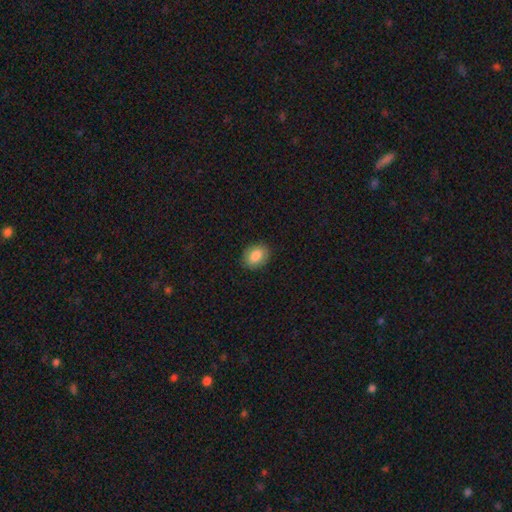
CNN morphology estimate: A smooth galaxy with no disk features (84%) that is in between round and cigar-shaped (70%).

Vote fractions:
- Smooth or featured? smooth: 84% / featured or disk: 9% / star or artifact: 7%
- How rounded? in between: 70% / round: 29% / cigar-shaped: 1%
- Merging? none: 88% / minor disturbance: 9% / major disturbance: 2% / merger: 1%